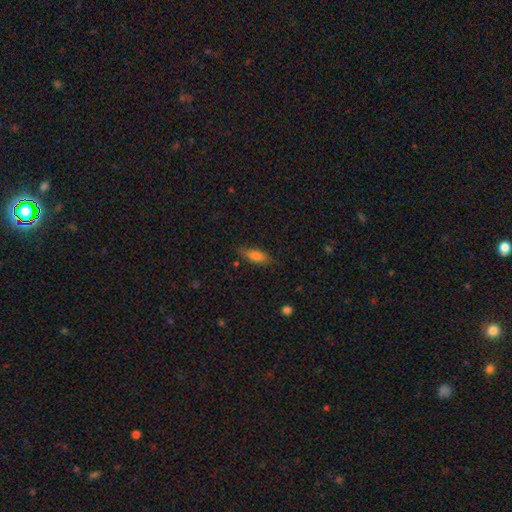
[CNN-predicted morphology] Smooth or featured? Predicted: smooth (p=0.79). How rounded? Predicted: in between (p=0.66). Merging? Predicted: none (p=0.77).